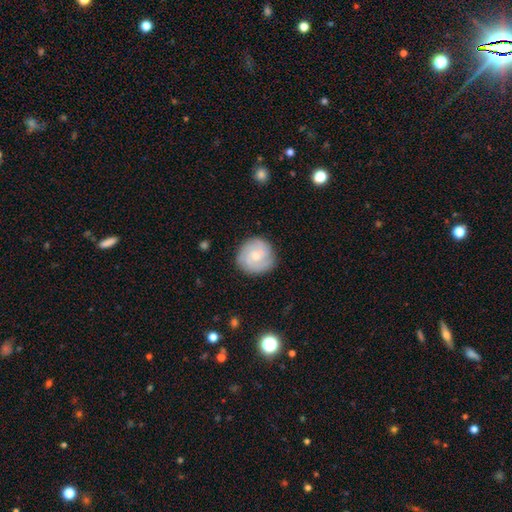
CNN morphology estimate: Q: Smooth or featured?
A: featured or disk (69%); runner-up: smooth (25%)
Q: Edge-on disk?
A: no (98%); runner-up: yes (2%)
Q: Bar?
A: no (66%); runner-up: weak (30%)
Q: Spiral arms?
A: yes (95%); runner-up: no (5%)
Q: Spiral winding?
A: tight (65%); runner-up: medium (29%)
Q: Spiral arm count?
A: 3 (34%); runner-up: 2 (29%)
Q: Bulge size?
A: small (57%); runner-up: moderate (32%)
Q: Merging?
A: none (84%); runner-up: minor disturbance (12%)